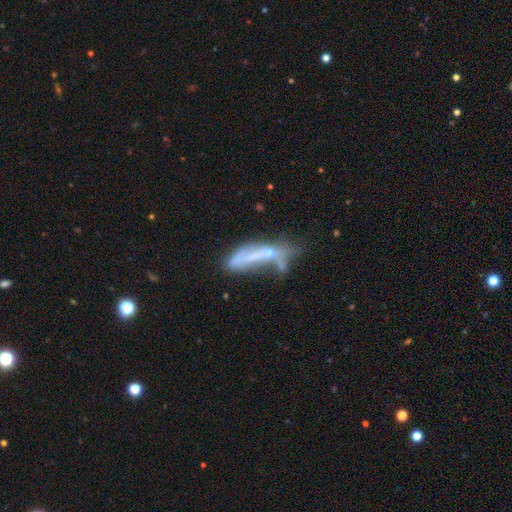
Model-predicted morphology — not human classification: This is possibly a featured or disk galaxy (53%). It is likely not viewed edge-on (66%). Merging: marginally merger (30%).